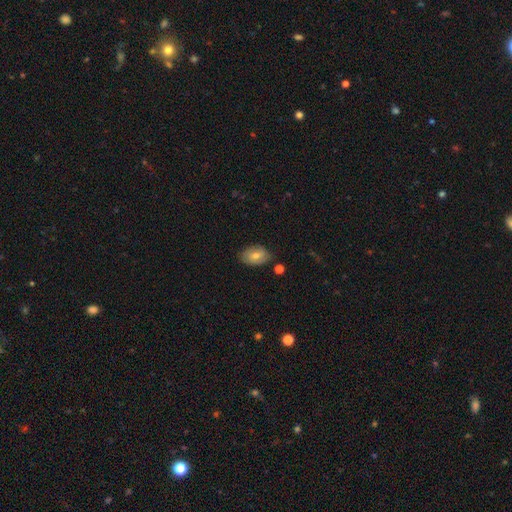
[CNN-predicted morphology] smooth_or_featured: smooth (p=0.65) [alt: featured or disk p=0.26]
how_rounded: in between (p=0.88) [alt: round p=0.10]
merging: none (p=0.79) [alt: minor disturbance p=0.16]